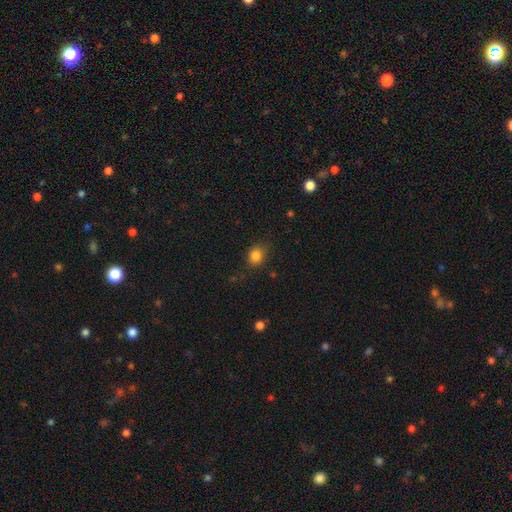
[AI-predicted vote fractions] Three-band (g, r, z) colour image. It shows a smooth galaxy with no disk features (84%) that is round (58%). Merging: none (79%).